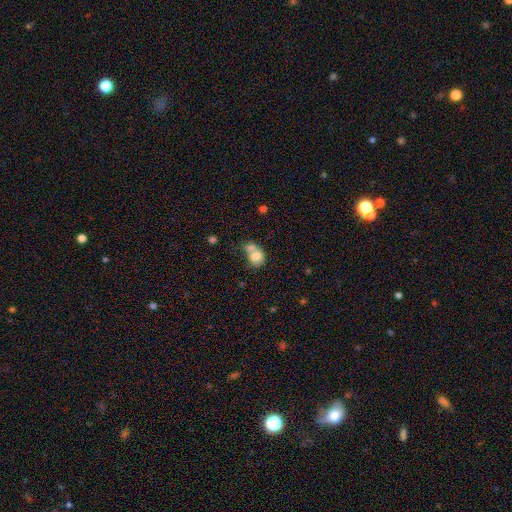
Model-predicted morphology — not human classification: smooth-or-featured: smooth: 74% | featured or disk: 17% | star or artifact: 9%
  how-rounded: round: 50% | in between: 49% | cigar-shaped: 1%
  merging: merger: 57% | none: 24% | minor disturbance: 12% | major disturbance: 8%